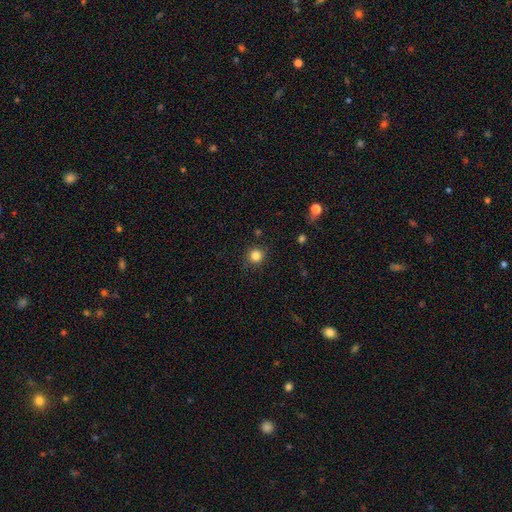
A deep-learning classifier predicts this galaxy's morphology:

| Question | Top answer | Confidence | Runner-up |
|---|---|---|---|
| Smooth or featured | smooth | 83% | star or artifact (12%) |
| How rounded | round | 93% | in between (6%) |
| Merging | none | 88% | minor disturbance (8%) |